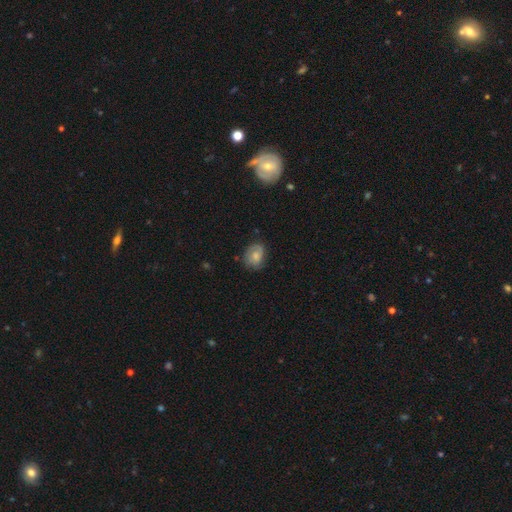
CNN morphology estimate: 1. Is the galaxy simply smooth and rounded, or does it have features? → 60% smooth, 31% featured or disk, 9% star or artifact.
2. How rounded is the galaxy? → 60% in between, 39% round, 1% cigar-shaped.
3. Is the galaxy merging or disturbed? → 67% none, 24% minor disturbance, 7% major disturbance, 2% merger.